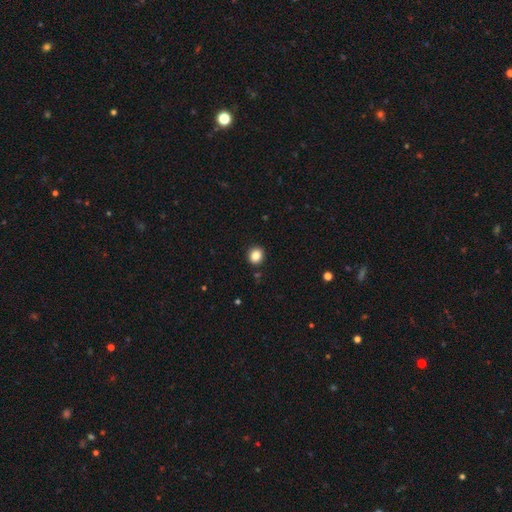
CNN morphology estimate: smooth-or-featured: smooth: 86% | star or artifact: 10% | featured or disk: 4%
  how-rounded: round: 77% | in between: 22% | cigar-shaped: 1%
  merging: none: 91% | minor disturbance: 6% | major disturbance: 2% | merger: 1%